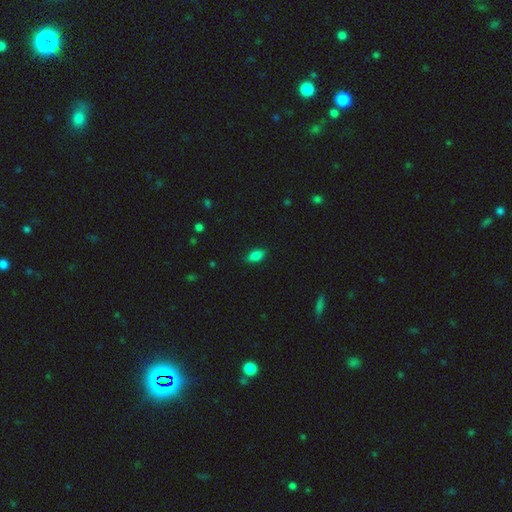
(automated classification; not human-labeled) This appears to be a smooth galaxy with no disk features (83%) that is in between round and cigar-shaped (88%). Merging: none (83%).